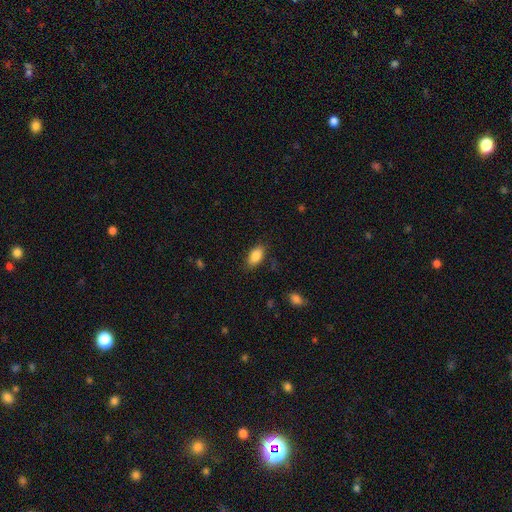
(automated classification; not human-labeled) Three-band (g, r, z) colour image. It shows a smooth galaxy with no disk features (86%) that is in between round and cigar-shaped (91%). Merging: none (82%).